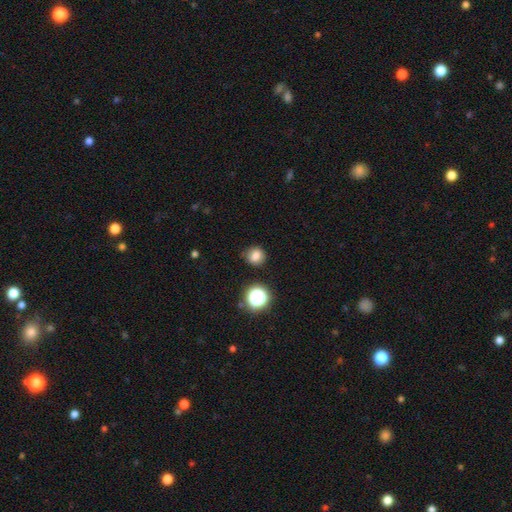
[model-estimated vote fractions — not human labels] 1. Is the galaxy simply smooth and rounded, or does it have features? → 76% smooth, 14% star or artifact, 9% featured or disk.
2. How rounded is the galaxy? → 81% round, 18% in between, 1% cigar-shaped.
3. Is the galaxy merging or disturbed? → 82% none, 12% minor disturbance, 3% major disturbance, 2% merger.